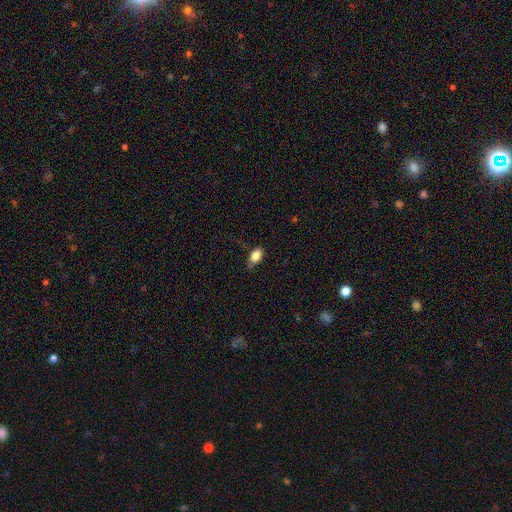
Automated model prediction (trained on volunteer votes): smooth 84%, star or artifact 9%, featured or disk 8%. Down the decision tree: how rounded — in between (84%); merging — none (58%).